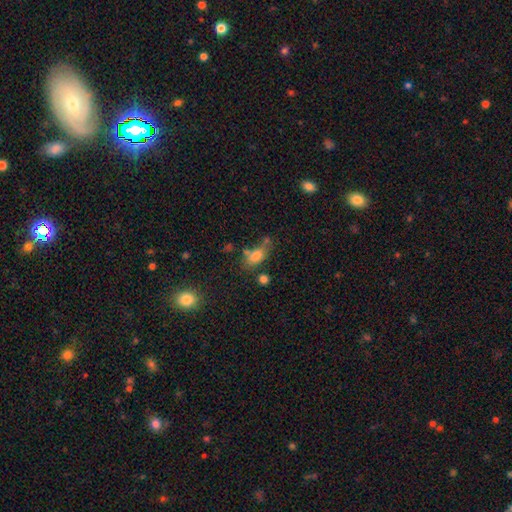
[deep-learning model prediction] The model was most divided on "merging": none: 53%, minor disturbance: 20%, merger: 18%, major disturbance: 9%. More confident: how rounded — in between (81%); smooth or featured — smooth (76%).